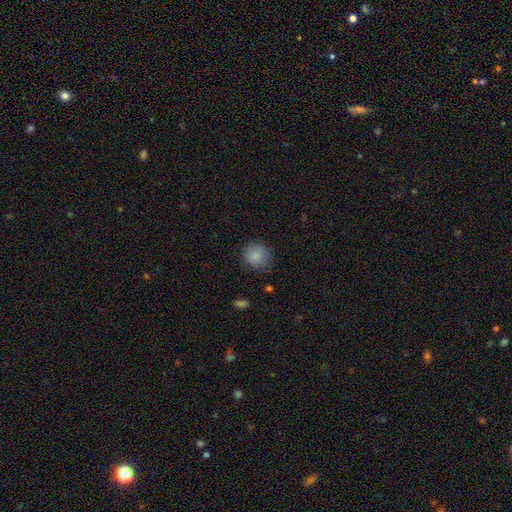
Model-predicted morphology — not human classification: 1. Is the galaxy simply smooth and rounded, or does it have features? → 86% smooth, 8% star or artifact, 5% featured or disk.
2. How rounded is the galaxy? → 88% round, 11% in between, 1% cigar-shaped.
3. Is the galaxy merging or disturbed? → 83% none, 13% minor disturbance, 3% major disturbance, 1% merger.